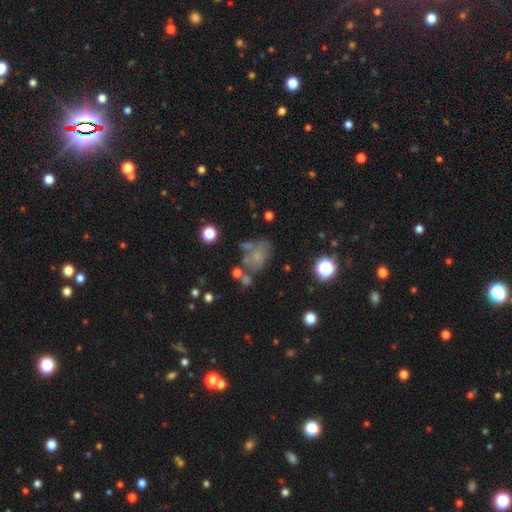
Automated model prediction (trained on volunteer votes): smooth 51%, featured or disk 28%, star or artifact 21%. Down the decision tree: how rounded — in between (67%); merging — none (39%).